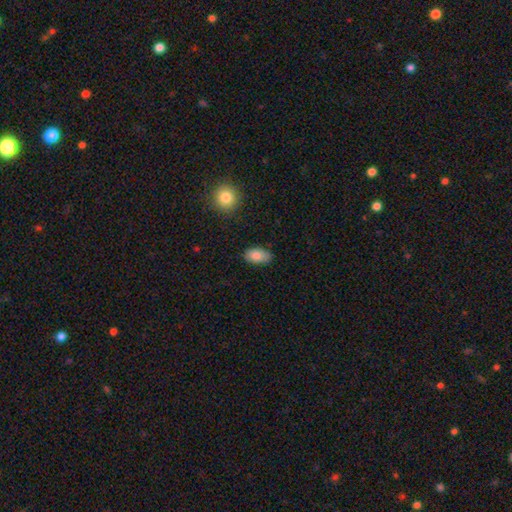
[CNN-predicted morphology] type=smooth (83%); roundness=in between (92%); merging=none (83%).